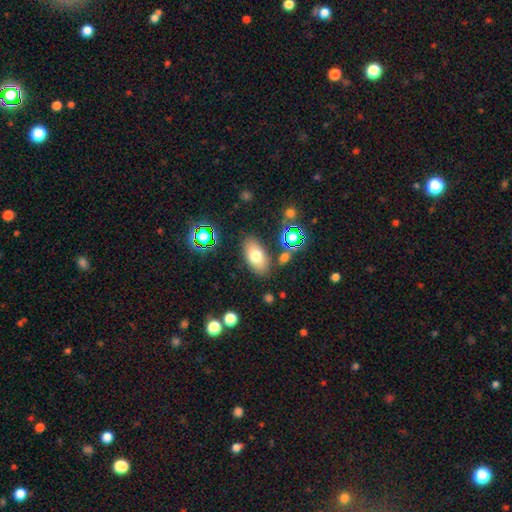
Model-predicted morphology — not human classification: Q: Smooth or featured?
A: smooth (71%); runner-up: featured or disk (16%)
Q: How rounded?
A: in between (89%); runner-up: round (8%)
Q: Merging?
A: none (81%); runner-up: minor disturbance (11%)